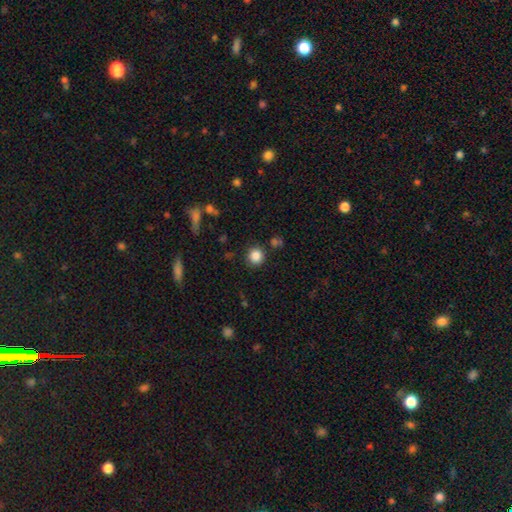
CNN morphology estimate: type=smooth (86%); roundness=round (90%); merging=none (86%).